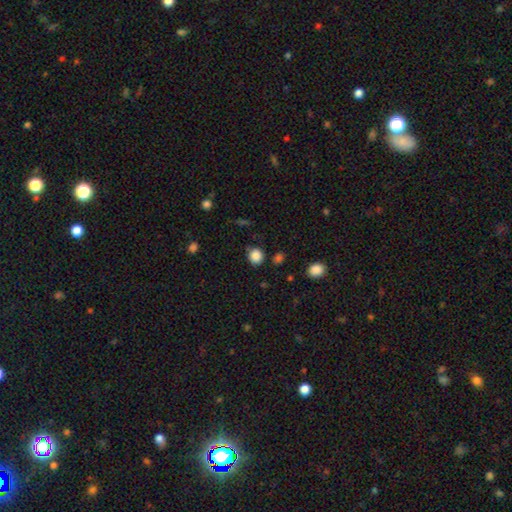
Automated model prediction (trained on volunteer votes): Smooth or featured?
  - smooth: 86% *
  - star or artifact: 10%
  - featured or disk: 3%
How rounded?
  - round: 83% *
  - in between: 16%
  - cigar-shaped: 1%
Merging?
  - none: 83% *
  - minor disturbance: 11%
  - major disturbance: 3%
  - merger: 3%